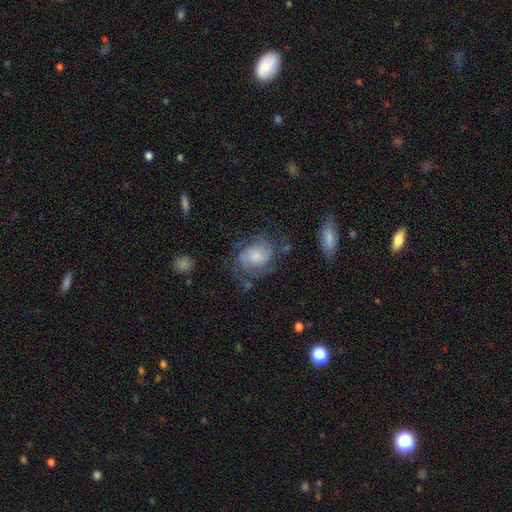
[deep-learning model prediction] Smooth or featured?
  - featured or disk: 58% *
  - smooth: 34%
  - star or artifact: 8%
Edge-on disk?
  - no: 97% *
  - yes: 3%
Bar?
  - no: 71% *
  - weak: 25%
  - strong: 4%
Spiral arms?
  - yes: 84% *
  - no: 16%
Bulge size?
  - small: 38% *
  - moderate: 32%
  - large: 14%
  - none: 12%
  - dominant: 3%
Merging?
  - none: 53% *
  - minor disturbance: 23%
  - major disturbance: 20%
  - merger: 4%